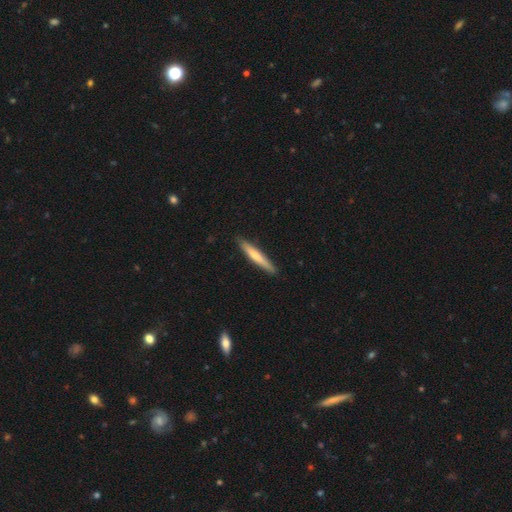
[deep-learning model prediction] Morphology: type=smooth (59%); roundness=cigar-shaped (94%); merging=none (89%).